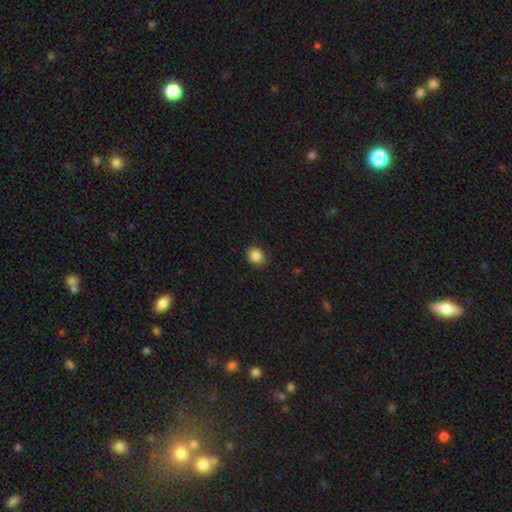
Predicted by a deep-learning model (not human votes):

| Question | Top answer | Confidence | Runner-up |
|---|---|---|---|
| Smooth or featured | smooth | 86% | star or artifact (10%) |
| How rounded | round | 75% | in between (25%) |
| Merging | none | 87% | minor disturbance (10%) |